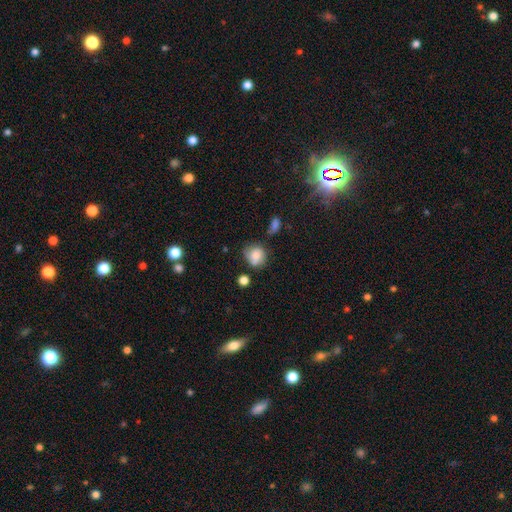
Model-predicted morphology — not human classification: Overall: smooth (76%). How rounded: round (73%). Merging: none (57%; minor disturbance 27%).